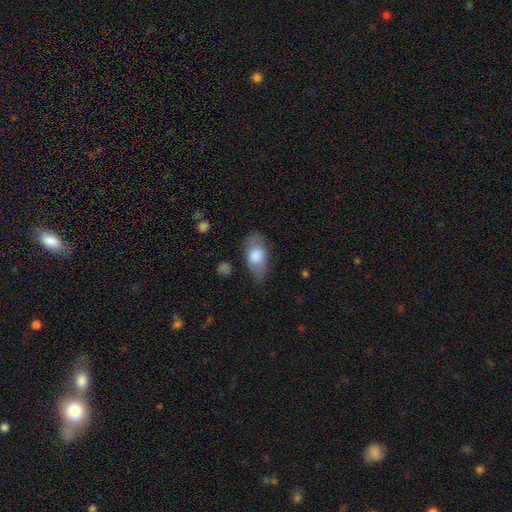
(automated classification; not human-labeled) Smooth or featured? smooth (70%)
How rounded? in between (86%)
Merging? none (69%)